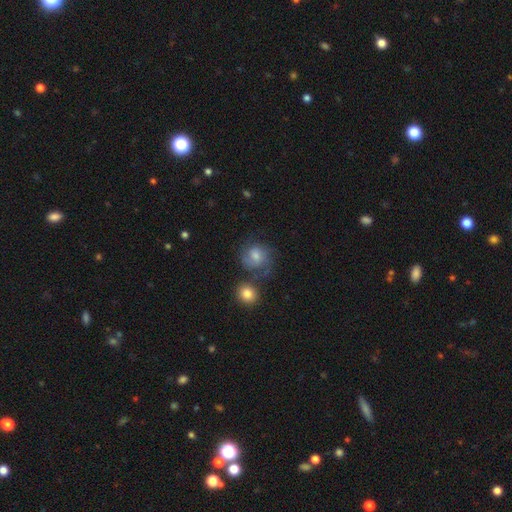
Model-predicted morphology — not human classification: featured or disk 49%, smooth 39%, star or artifact 12%. Down the decision tree: merging — none (59%).